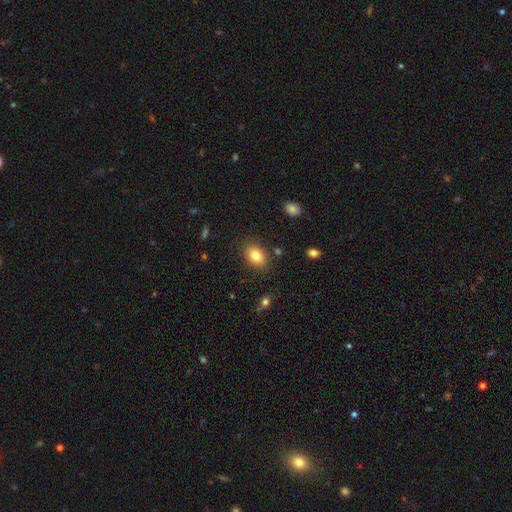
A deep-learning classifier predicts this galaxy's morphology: Overall: smooth (83%). How rounded: in between (77%). Merging: none (83%).